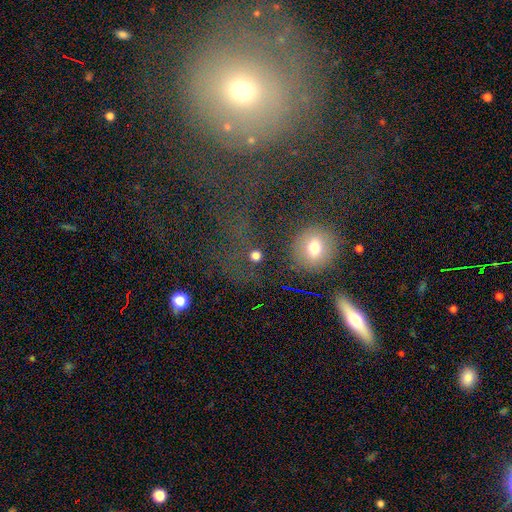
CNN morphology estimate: smooth_or_featured: smooth (p=0.65) [alt: star or artifact p=0.27]
how_rounded: round (p=0.88) [alt: in between p=0.10]
merging: none (p=0.74) [alt: minor disturbance p=0.10]